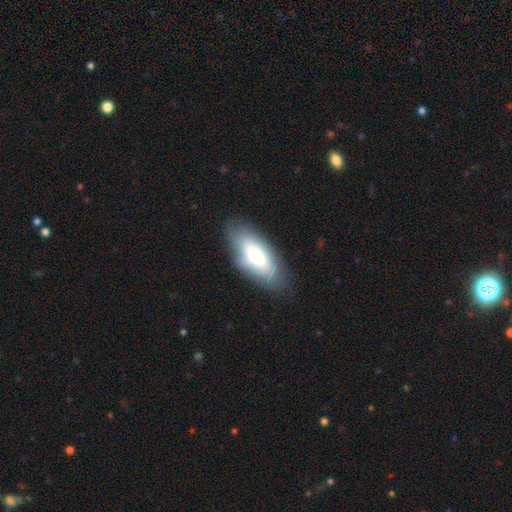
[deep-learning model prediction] smooth_or_featured: smooth (p=0.70) [alt: featured or disk p=0.23]
how_rounded: in between (p=0.81) [alt: cigar-shaped p=0.17]
merging: none (p=0.76) [alt: minor disturbance p=0.17]